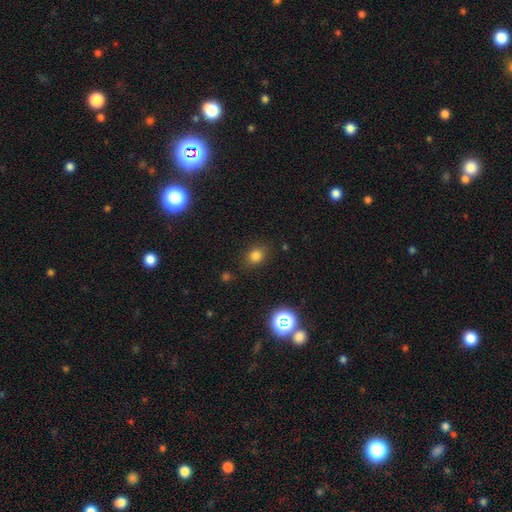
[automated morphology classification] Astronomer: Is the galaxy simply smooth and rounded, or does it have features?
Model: smooth — 78%.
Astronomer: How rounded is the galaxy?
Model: round — 51% (runner-up: in between, 47%).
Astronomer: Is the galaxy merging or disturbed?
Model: none — 83%.